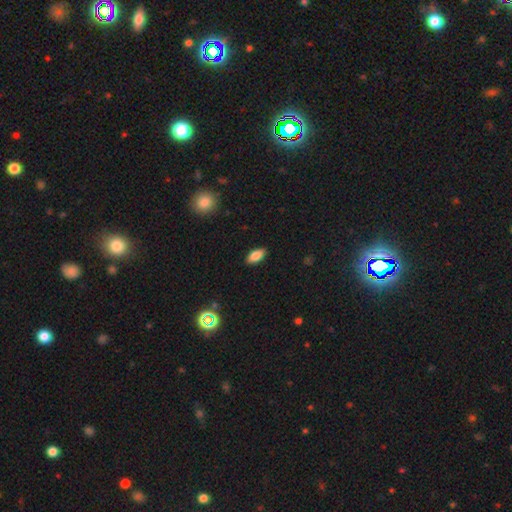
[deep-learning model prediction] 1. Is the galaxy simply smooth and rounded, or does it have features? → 81% smooth, 11% featured or disk, 9% star or artifact.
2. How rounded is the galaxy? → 88% in between, 9% cigar-shaped, 3% round.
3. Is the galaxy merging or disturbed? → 88% none, 9% minor disturbance, 2% major disturbance, 1% merger.